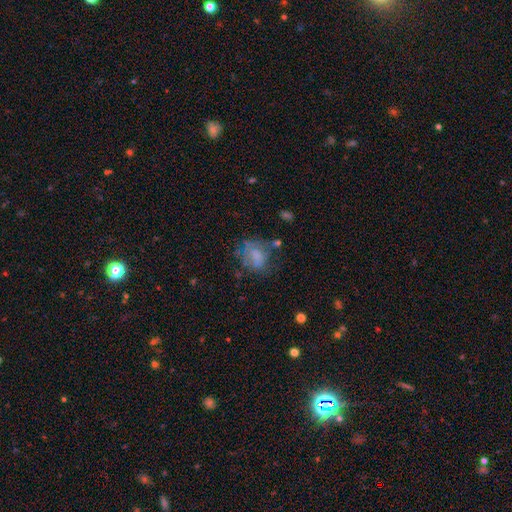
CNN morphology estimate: Smooth or featured: smooth — 56% (featured or disk — 31%)
How rounded: in between — 54% (round — 44%)
Merging: none — 42% (major disturbance — 26%)